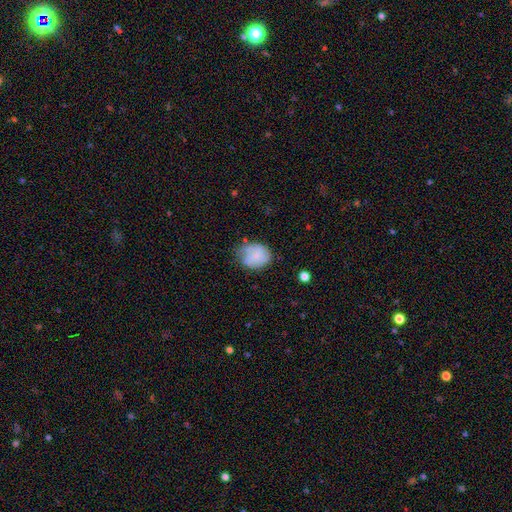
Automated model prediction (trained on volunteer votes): smooth 69%, featured or disk 23%, star or artifact 8%. Down the decision tree: how rounded — in between (50%); merging — none (45%).